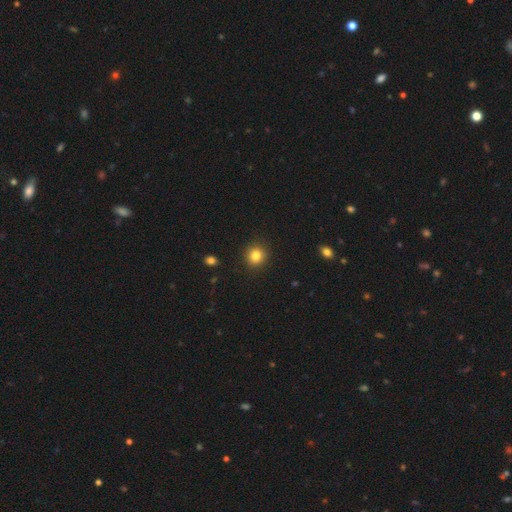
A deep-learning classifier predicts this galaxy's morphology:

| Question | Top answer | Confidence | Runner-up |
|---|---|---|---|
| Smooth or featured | smooth | 83% | star or artifact (11%) |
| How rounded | round | 88% | in between (11%) |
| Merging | none | 91% | minor disturbance (6%) |